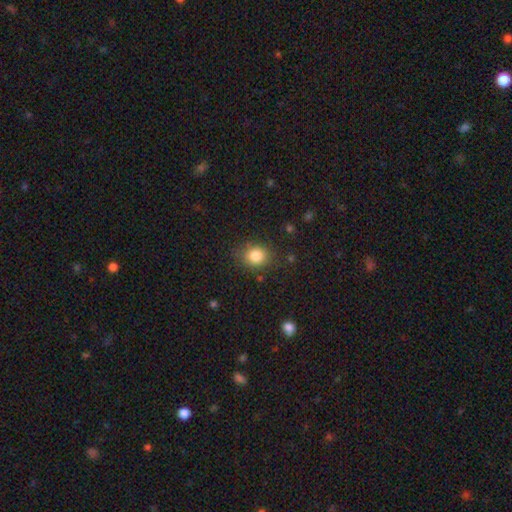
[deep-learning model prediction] Morphology: type=smooth (83%); roundness=round (68%); merging=none (81%).